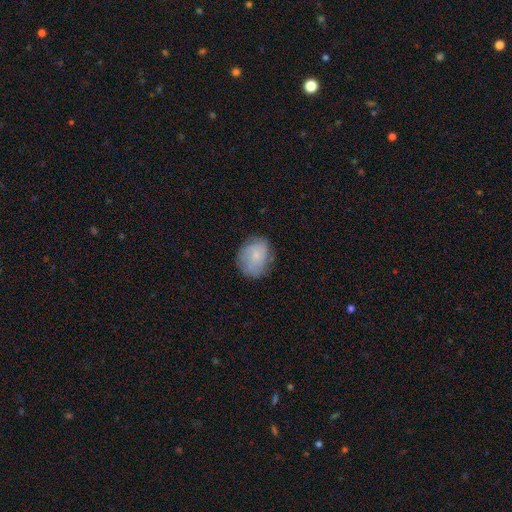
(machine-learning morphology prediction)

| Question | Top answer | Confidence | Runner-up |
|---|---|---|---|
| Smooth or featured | smooth | 67% | featured or disk (25%) |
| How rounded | round | 54% | in between (45%) |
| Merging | none | 71% | minor disturbance (22%) |